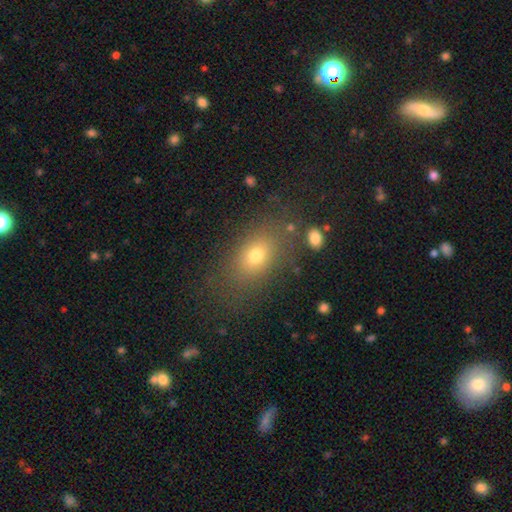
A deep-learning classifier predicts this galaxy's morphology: smooth 72%, featured or disk 14%, star or artifact 14%. Down the decision tree: how rounded — in between (76%); merging — none (75%).